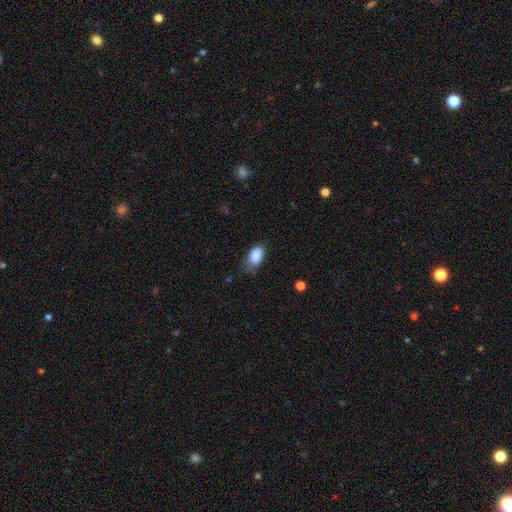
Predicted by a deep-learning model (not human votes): Smooth or featured?
  - smooth: 86% *
  - star or artifact: 8%
  - featured or disk: 6%
How rounded?
  - in between: 91% *
  - round: 7%
  - cigar-shaped: 2%
Merging?
  - none: 53% *
  - minor disturbance: 35%
  - major disturbance: 10%
  - merger: 2%